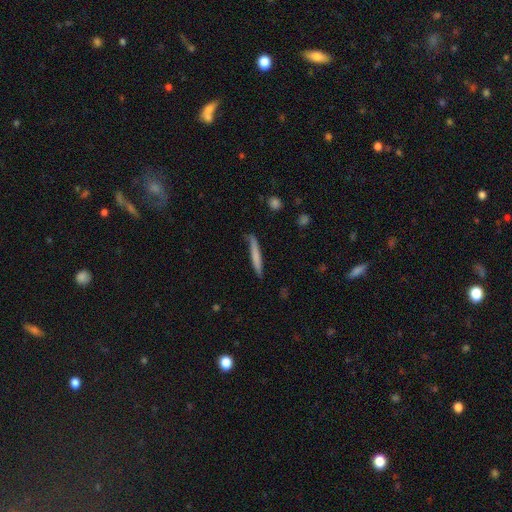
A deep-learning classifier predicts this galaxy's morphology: smooth_or_featured: smooth (p=0.69) [alt: featured or disk p=0.26]
how_rounded: cigar-shaped (p=0.95) [alt: in between p=0.04]
merging: none (p=0.75) [alt: minor disturbance p=0.19]